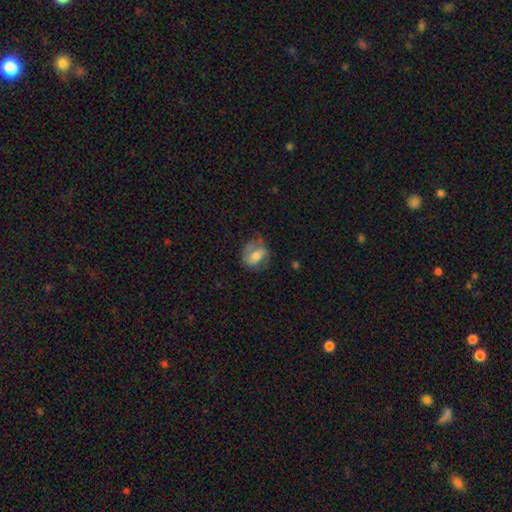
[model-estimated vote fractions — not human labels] Smooth or featured: smooth — 50% (featured or disk — 42%)
How rounded: in between — 57% (round — 41%)
Merging: none — 55% (minor disturbance — 28%)